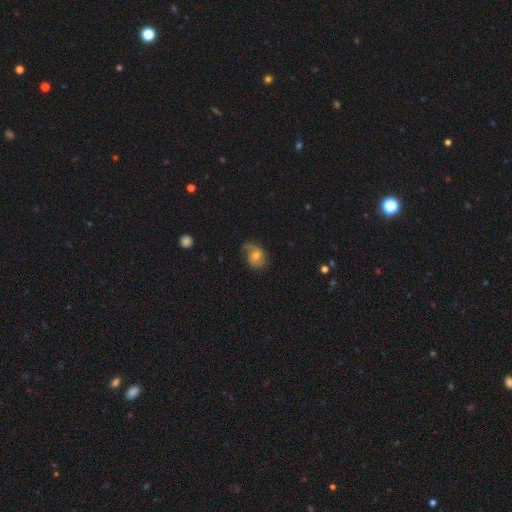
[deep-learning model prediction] Smooth or featured? featured or disk (57%)
Edge-on disk? no (97%)
Bar? no (66%)
Spiral arms? yes (88%)
Bulge size? moderate (56%)
Merging? none (53%)